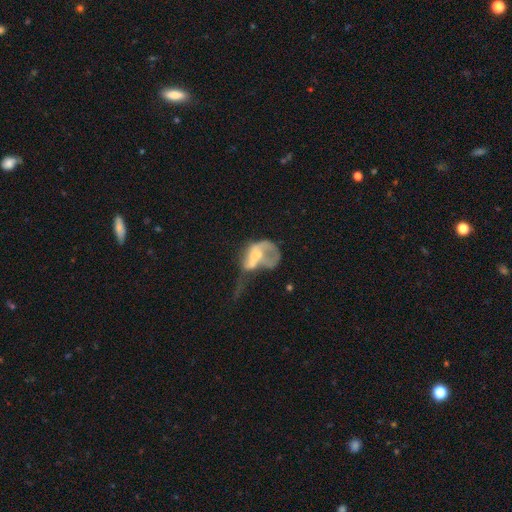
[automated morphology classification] smooth-or-featured: featured or disk: 56% | smooth: 35% | star or artifact: 10%
  disk-edge-on: no: 96% | yes: 4%
    bar: no: 75% | weak: 19% | strong: 6%
    has-spiral-arms: no: 73% | yes: 27%
    bulge-size: small: 41% | moderate: 39% | none: 15% | large: 4% | dominant: 2%
  merging: major disturbance: 49% | merger: 29% | none: 12% | minor disturbance: 10%